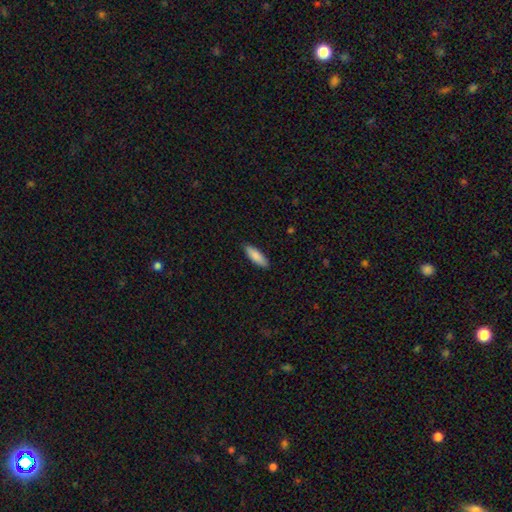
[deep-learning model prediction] Q: Smooth or featured?
A: smooth (87%); runner-up: featured or disk (7%)
Q: How rounded?
A: in between (51%); runner-up: cigar-shaped (47%)
Q: Merging?
A: none (88%); runner-up: minor disturbance (9%)